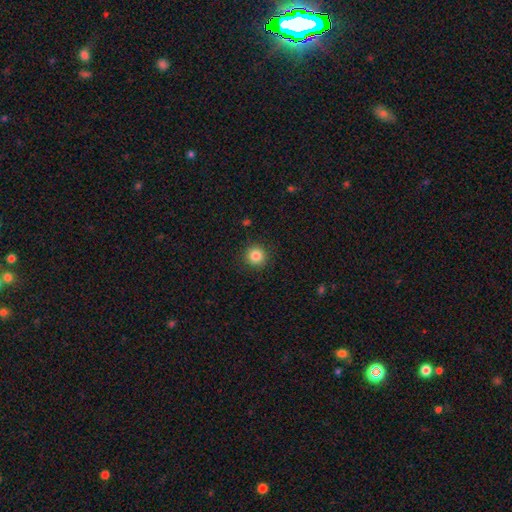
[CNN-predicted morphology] Q: Smooth or featured?
A: smooth (85%); runner-up: star or artifact (11%)
Q: How rounded?
A: round (95%); runner-up: in between (5%)
Q: Merging?
A: none (92%); runner-up: minor disturbance (5%)